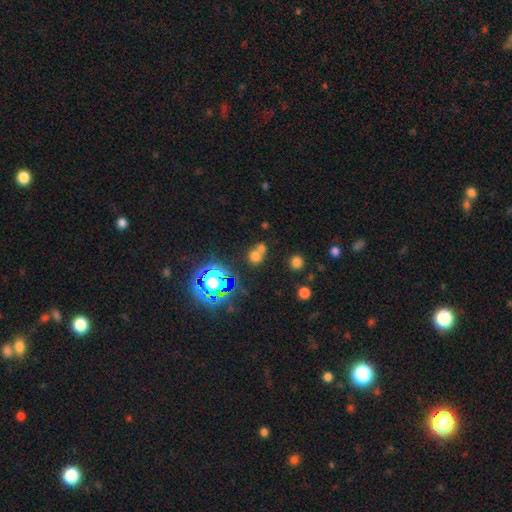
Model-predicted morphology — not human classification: smooth-or-featured: smooth: 60% | star or artifact: 29% | featured or disk: 11%
  how-rounded: round: 78% | in between: 21% | cigar-shaped: 1%
  merging: merger: 45% | none: 44% | minor disturbance: 7% | major disturbance: 4%